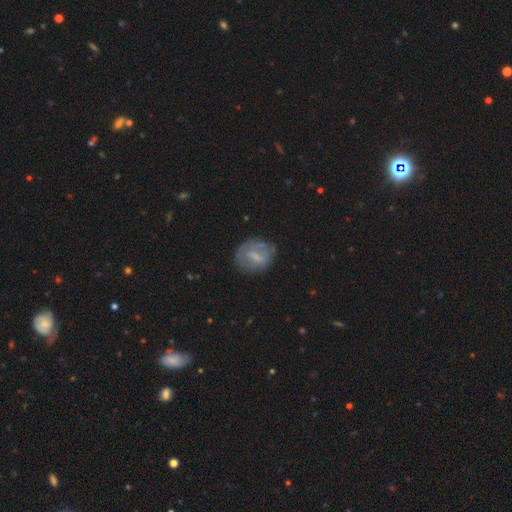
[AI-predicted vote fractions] Smooth or featured: smooth — 46% (featured or disk — 45%)
Merging: none — 68% (minor disturbance — 21%)